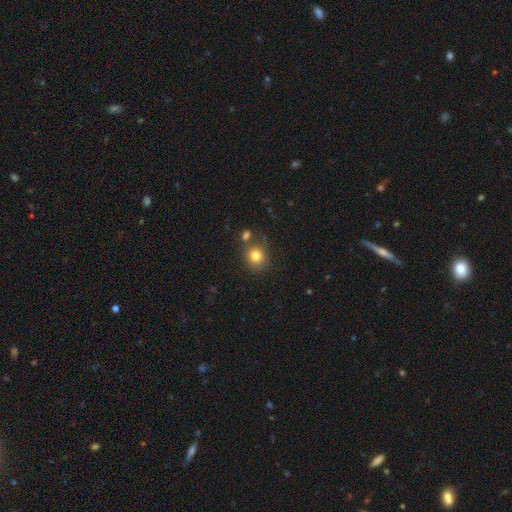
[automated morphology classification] Smooth or featured: smooth — 80% (star or artifact — 11%)
How rounded: round — 79% (in between — 20%)
Merging: none — 70% (minor disturbance — 13%)